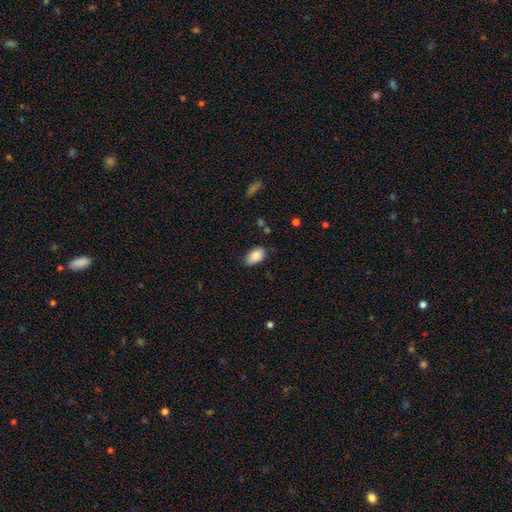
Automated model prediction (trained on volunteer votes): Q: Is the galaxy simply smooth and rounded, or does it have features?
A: smooth — 87%.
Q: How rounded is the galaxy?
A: in between — 93%.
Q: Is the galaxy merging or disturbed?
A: none — 74%.